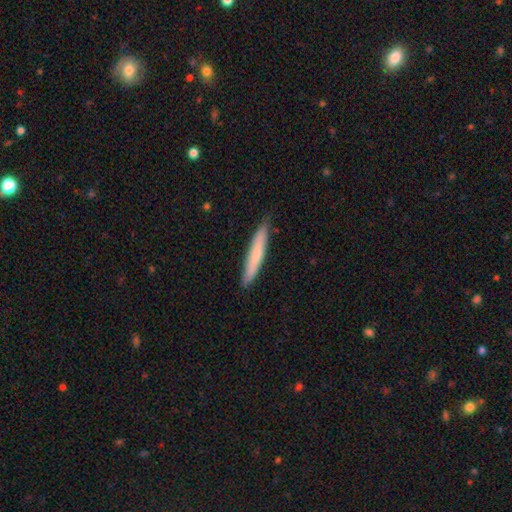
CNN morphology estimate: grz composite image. It shows a smooth galaxy with no disk features (71%) that is cigar-shaped (94%). Merging: none (87%).